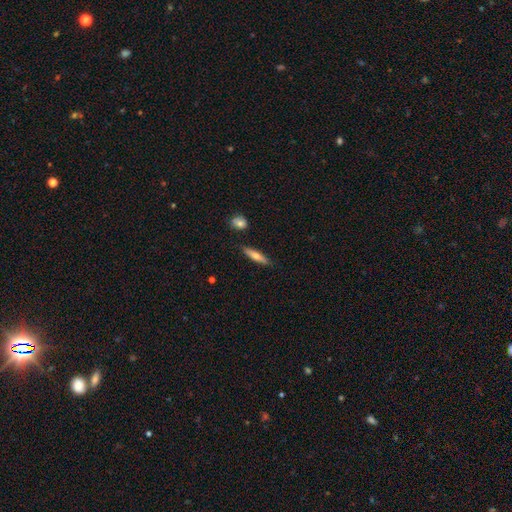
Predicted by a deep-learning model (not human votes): This appears to be a smooth galaxy with no disk features (59%) that is cigar-shaped (81%). Merging: none (87%).